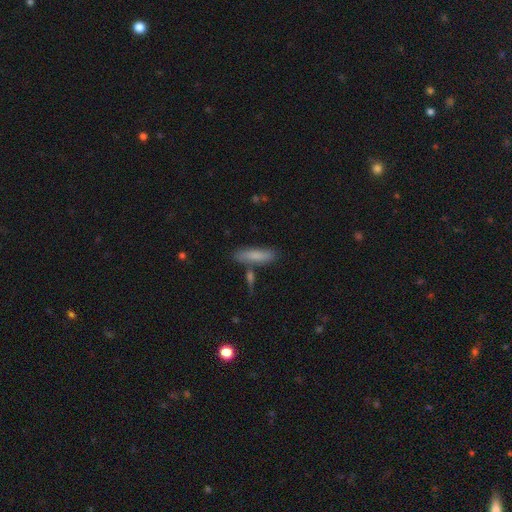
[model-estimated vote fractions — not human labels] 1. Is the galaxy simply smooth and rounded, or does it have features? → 80% smooth, 13% featured or disk, 7% star or artifact.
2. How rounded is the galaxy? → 69% cigar-shaped, 29% in between, 2% round.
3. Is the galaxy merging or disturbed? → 75% none, 13% minor disturbance, 9% merger, 3% major disturbance.